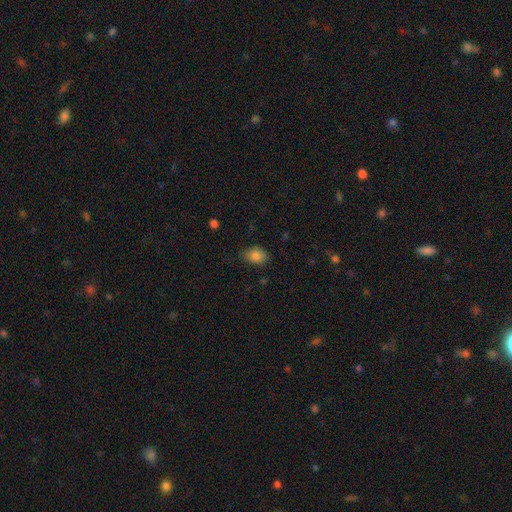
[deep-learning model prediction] Morphology: type=smooth (84%); roundness=in between (74%); merging=none (76%).